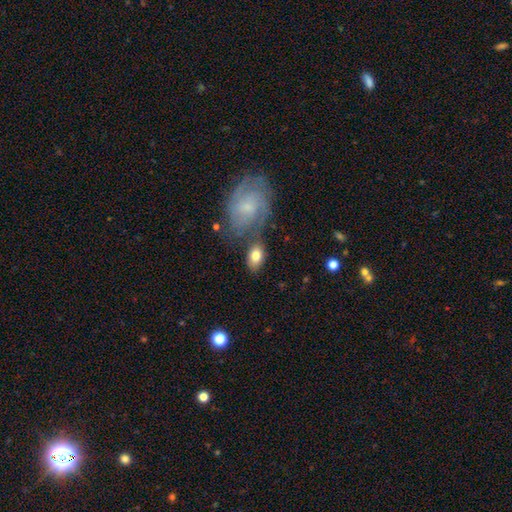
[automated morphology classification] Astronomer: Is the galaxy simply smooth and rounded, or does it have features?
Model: smooth — 77%.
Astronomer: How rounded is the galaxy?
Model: in between — 86%.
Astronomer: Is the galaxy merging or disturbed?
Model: none — 63%.